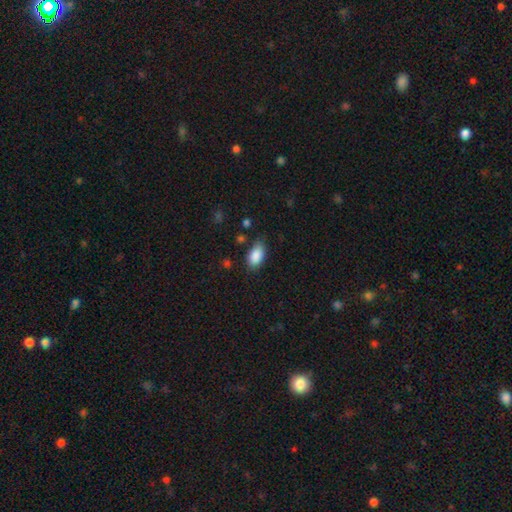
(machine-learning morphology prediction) Overall: smooth (88%). How rounded: in between (92%). Merging: none (76%).